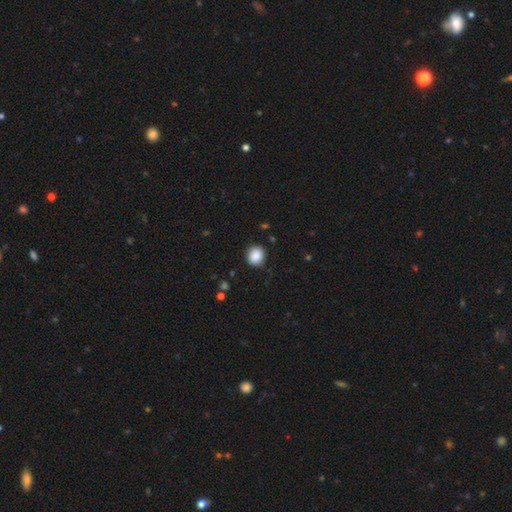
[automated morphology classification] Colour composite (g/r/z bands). It shows a smooth galaxy with no disk features (88%) that is round (79%). Merging: none (85%).